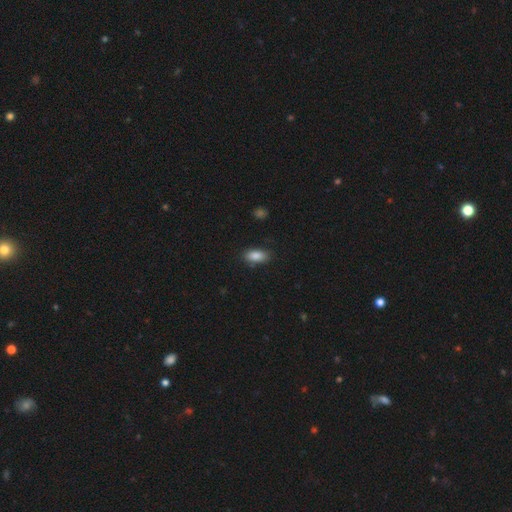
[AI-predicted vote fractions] Smooth or featured? Predicted: smooth (p=0.87). How rounded? Predicted: in between (p=0.90). Merging? Predicted: none (p=0.82).